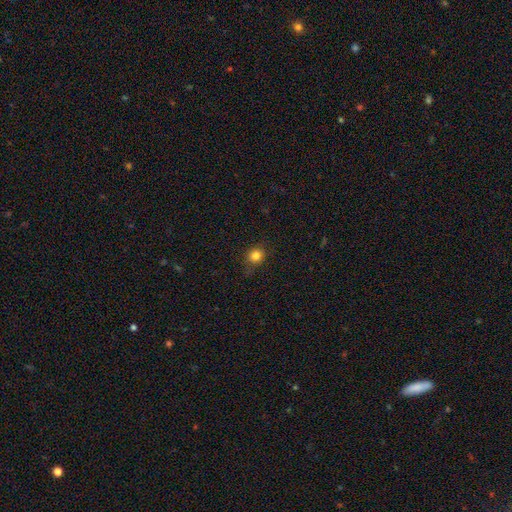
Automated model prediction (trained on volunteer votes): This is clearly a smooth galaxy (82%). How rounded: clearly round (81%). Merging: clearly none (81%).